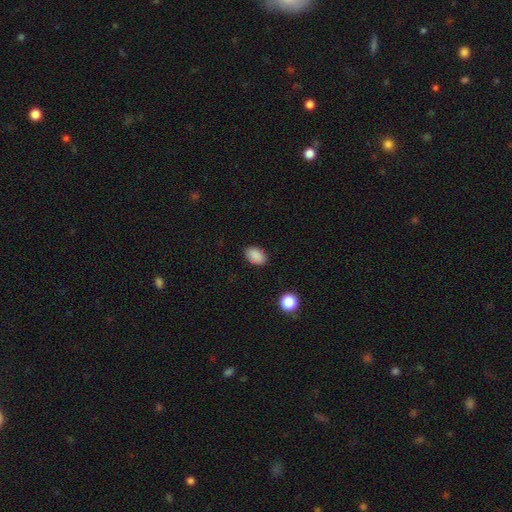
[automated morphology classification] Smooth or featured: smooth — 85% (star or artifact — 10%)
How rounded: in between — 87% (round — 12%)
Merging: none — 82% (minor disturbance — 13%)